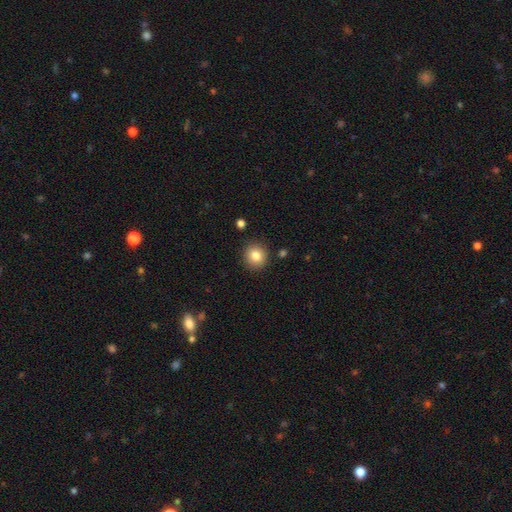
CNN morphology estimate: Smooth or featured? Predicted: smooth (p=0.83). How rounded? Predicted: round (p=0.89). Merging? Predicted: none (p=0.89).